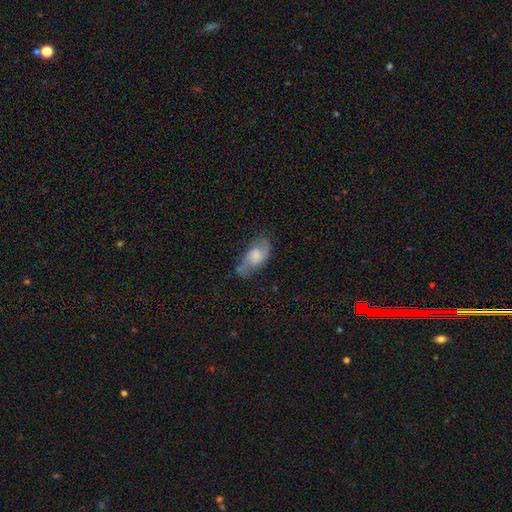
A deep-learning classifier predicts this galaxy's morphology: Smooth or featured? smooth (49%)
Merging? none (57%)